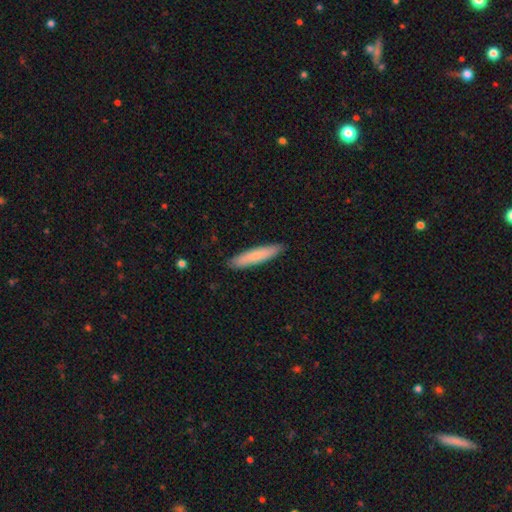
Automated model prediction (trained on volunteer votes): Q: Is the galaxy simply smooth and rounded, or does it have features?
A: smooth — 74%.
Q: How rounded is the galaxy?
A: cigar-shaped — 89%.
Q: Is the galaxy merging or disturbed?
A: none — 90%.